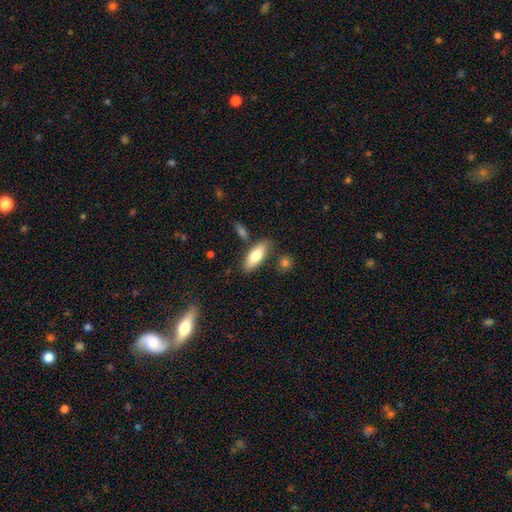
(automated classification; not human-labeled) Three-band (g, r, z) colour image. It shows a smooth galaxy with no disk features (77%) that is in between round and cigar-shaped (75%). Merging: none (77%).